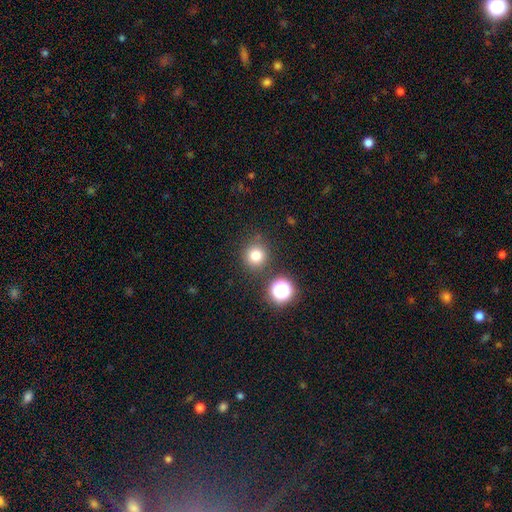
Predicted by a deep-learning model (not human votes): This appears to be a smooth galaxy with no disk features (78%) that is round (92%). Merging: none (83%).